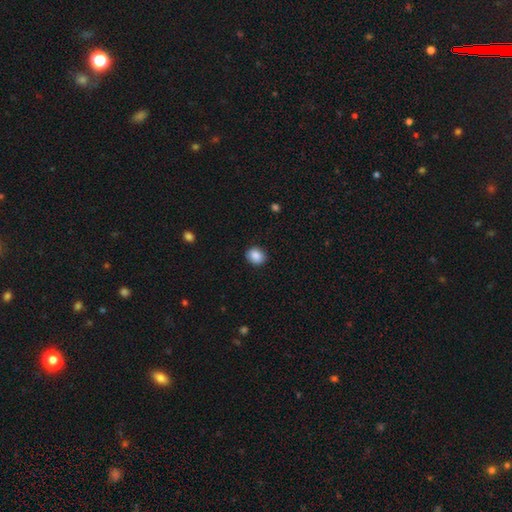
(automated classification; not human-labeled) smooth 88%, star or artifact 8%, featured or disk 4%. Down the decision tree: how rounded — round (60%); merging — none (88%).